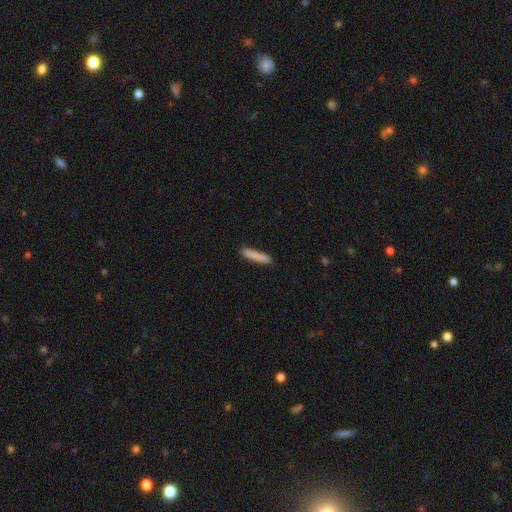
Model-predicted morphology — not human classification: The model was most divided on "smooth or featured": smooth: 86%, featured or disk: 8%, star or artifact: 6%. More confident: merging — none (91%); how rounded — cigar-shaped (91%).